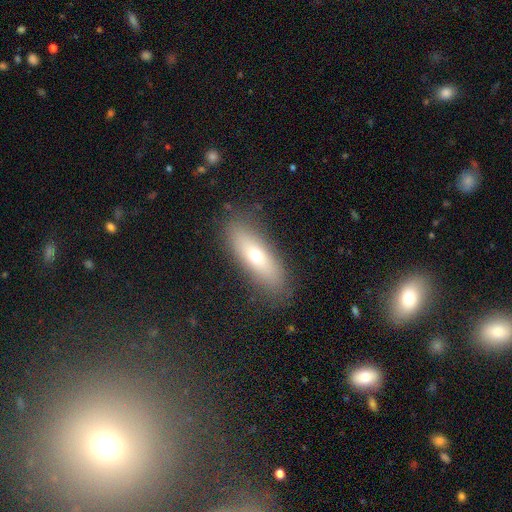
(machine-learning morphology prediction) This appears to be a smooth galaxy with no disk features (62%) that is in between round and cigar-shaped (49%). Merging: none (85%).